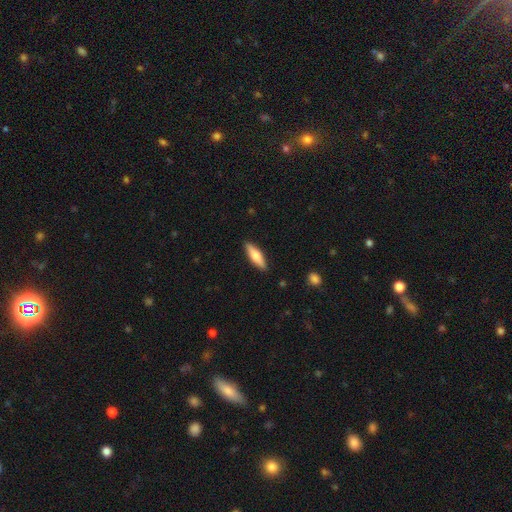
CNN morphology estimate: Smooth or featured? smooth (65%)
How rounded? cigar-shaped (62%)
Merging? none (89%)